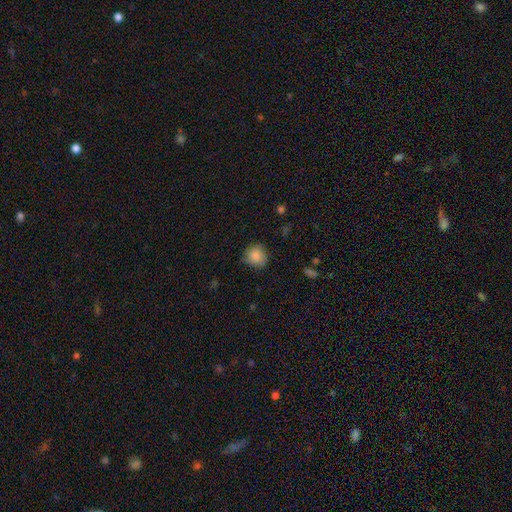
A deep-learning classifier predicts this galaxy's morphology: This appears to be a smooth galaxy with no disk features (85%) that is round (89%). Merging: none (78%).